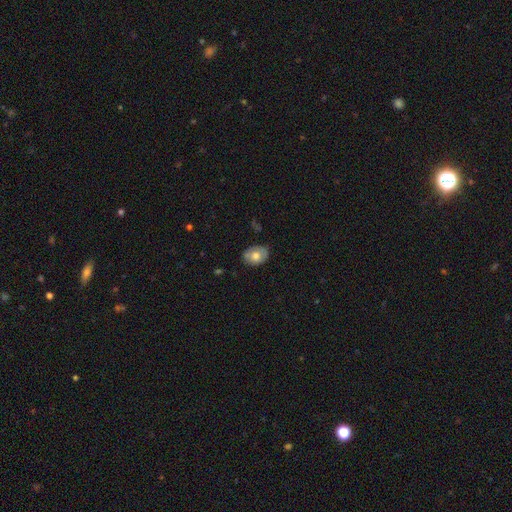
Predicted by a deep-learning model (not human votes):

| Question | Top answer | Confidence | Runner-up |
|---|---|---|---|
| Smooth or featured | smooth | 69% | featured or disk (24%) |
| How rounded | in between | 72% | round (27%) |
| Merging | none | 74% | minor disturbance (21%) |